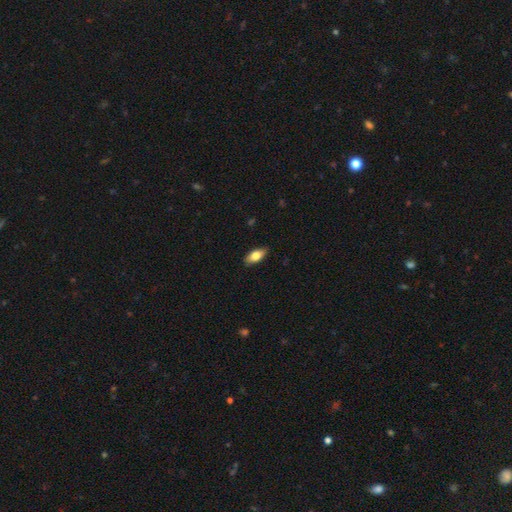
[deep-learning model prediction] Q: Smooth or featured?
A: smooth (74%); runner-up: featured or disk (19%)
Q: How rounded?
A: in between (86%); runner-up: cigar-shaped (11%)
Q: Merging?
A: none (87%); runner-up: minor disturbance (10%)